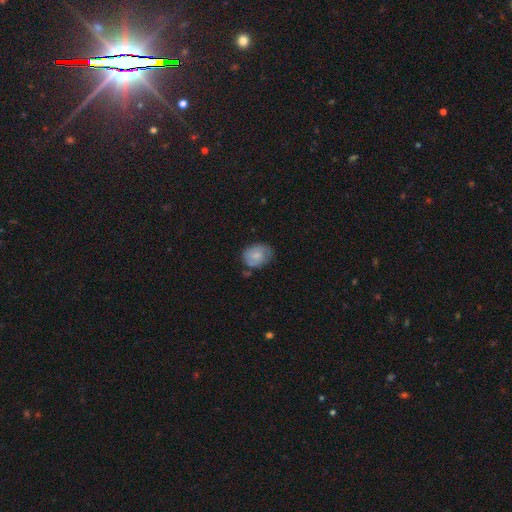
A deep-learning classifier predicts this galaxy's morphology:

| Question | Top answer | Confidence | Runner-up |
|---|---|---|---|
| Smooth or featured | smooth | 58% | featured or disk (35%) |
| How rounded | in between | 58% | round (41%) |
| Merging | none | 63% | minor disturbance (26%) |